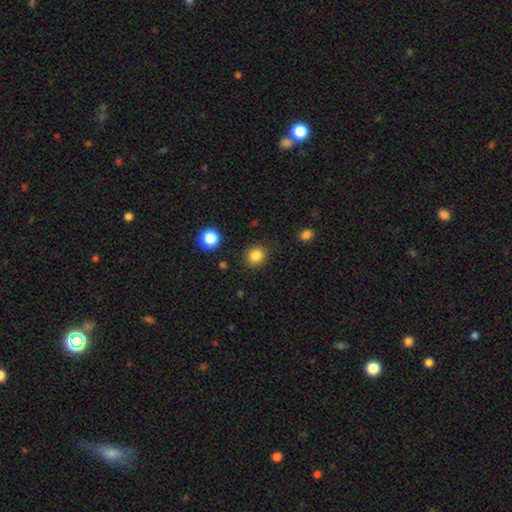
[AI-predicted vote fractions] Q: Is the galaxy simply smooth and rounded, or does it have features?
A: smooth — 85%.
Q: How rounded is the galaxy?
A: round — 81%.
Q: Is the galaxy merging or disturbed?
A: none — 88%.